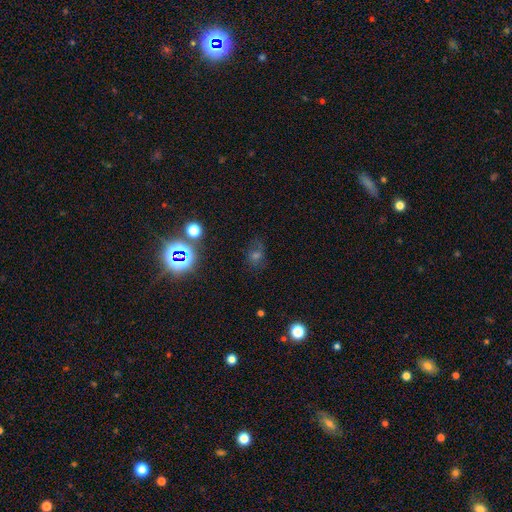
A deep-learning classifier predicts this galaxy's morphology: type=star or artifact (44%).